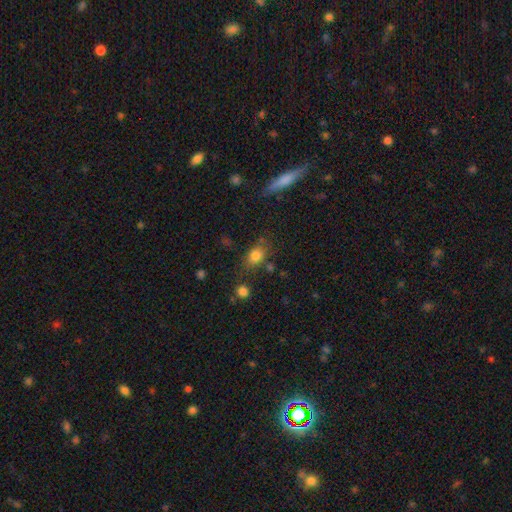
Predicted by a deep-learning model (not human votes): The model was most divided on "how rounded": in between: 69%, round: 29%, cigar-shaped: 2%. More confident: smooth or featured — smooth (79%); merging — none (69%).